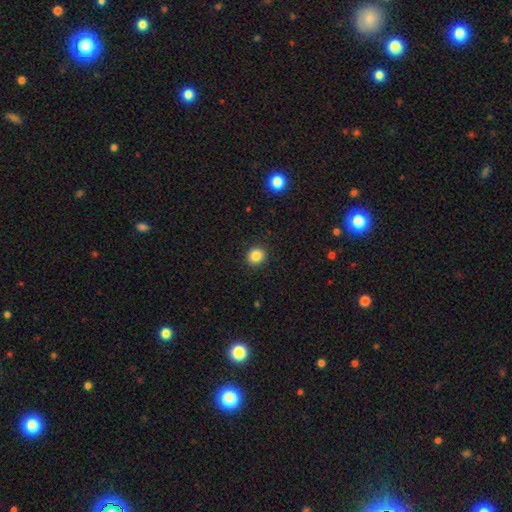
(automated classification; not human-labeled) smooth 85%, star or artifact 10%, featured or disk 5%. Down the decision tree: how rounded — round (86%); merging — none (91%).